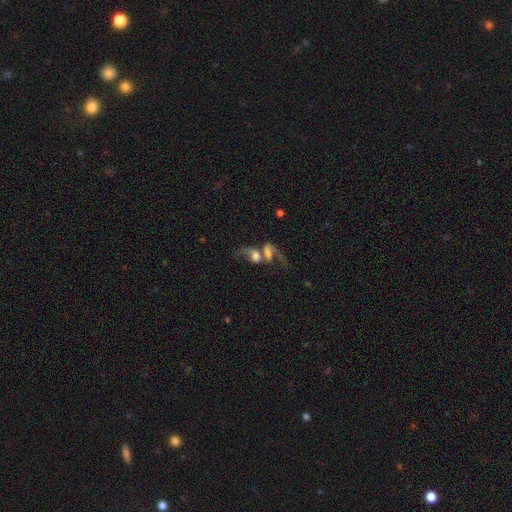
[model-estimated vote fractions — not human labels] This is possibly a featured or disk galaxy (46%). Merging: likely merger (72%).